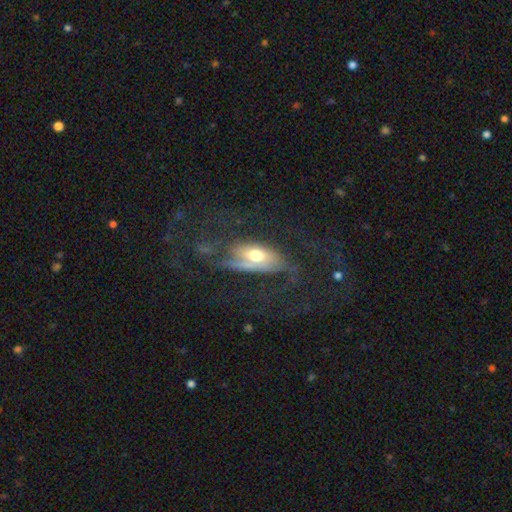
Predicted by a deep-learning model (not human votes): Q: Smooth or featured?
A: featured or disk (48%); runner-up: smooth (41%)
Q: Merging?
A: none (37%); tied with: major disturbance (37%)